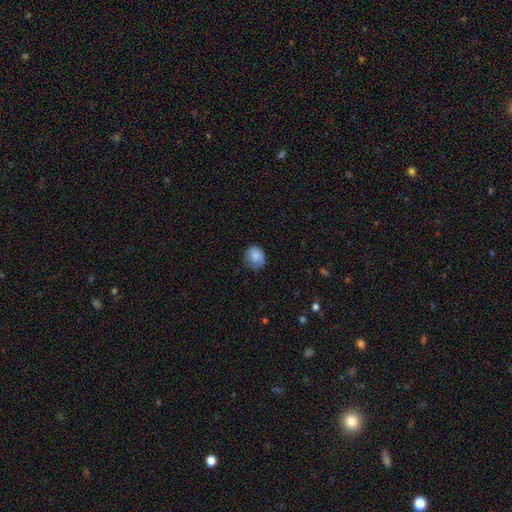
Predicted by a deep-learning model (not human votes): smooth-or-featured: smooth: 84% | featured or disk: 8% | star or artifact: 8%
  how-rounded: round: 68% | in between: 31% | cigar-shaped: 1%
  merging: none: 65% | minor disturbance: 28% | major disturbance: 6% | merger: 1%